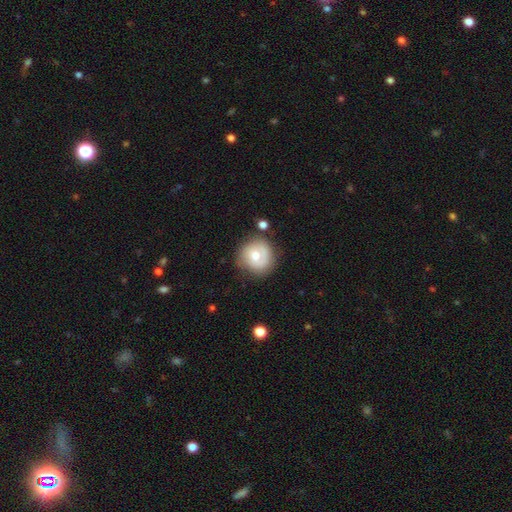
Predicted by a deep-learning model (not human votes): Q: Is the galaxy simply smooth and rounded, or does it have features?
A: smooth — 54%.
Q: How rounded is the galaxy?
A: round — 88%.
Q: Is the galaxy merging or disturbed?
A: none — 68%.